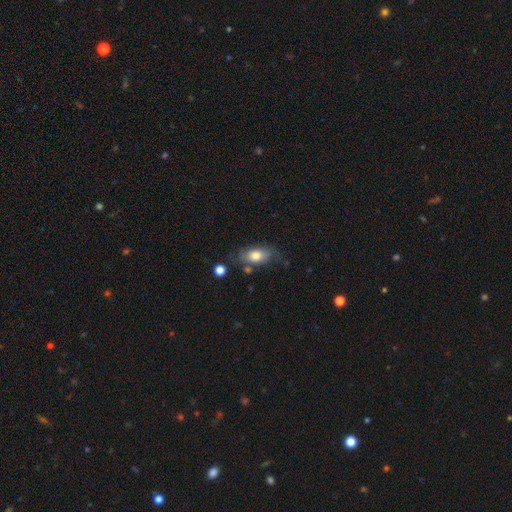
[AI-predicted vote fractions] smooth-or-featured: smooth: 72% | featured or disk: 20% | star or artifact: 8%
  how-rounded: in between: 87% | round: 9% | cigar-shaped: 4%
  merging: none: 61% | minor disturbance: 23% | major disturbance: 9% | merger: 6%